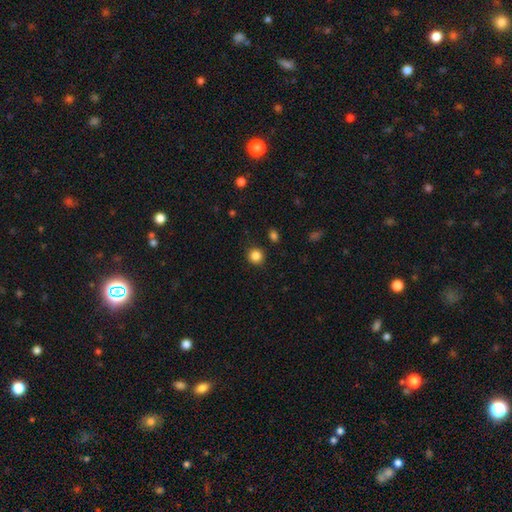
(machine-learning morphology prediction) Smooth or featured? Predicted: smooth (p=0.85). How rounded? Predicted: round (p=0.90). Merging? Predicted: none (p=0.89).